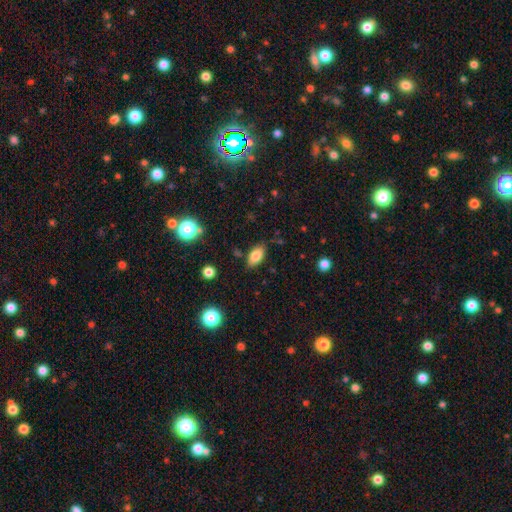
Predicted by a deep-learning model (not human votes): Morphology: type=smooth (81%); roundness=in between (90%); merging=none (81%).